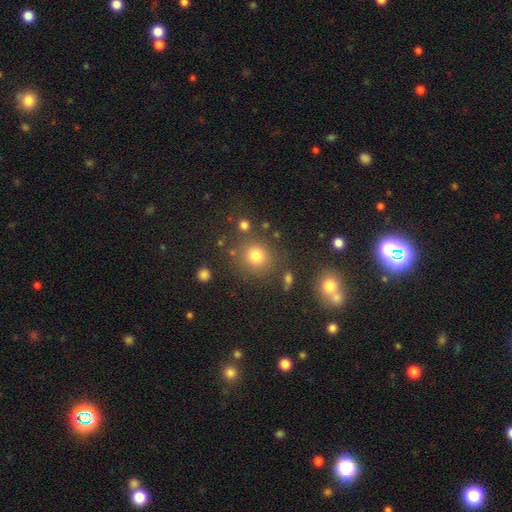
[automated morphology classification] This is likely a smooth galaxy (77%). How rounded: clearly round (89%). Merging: likely none (80%).